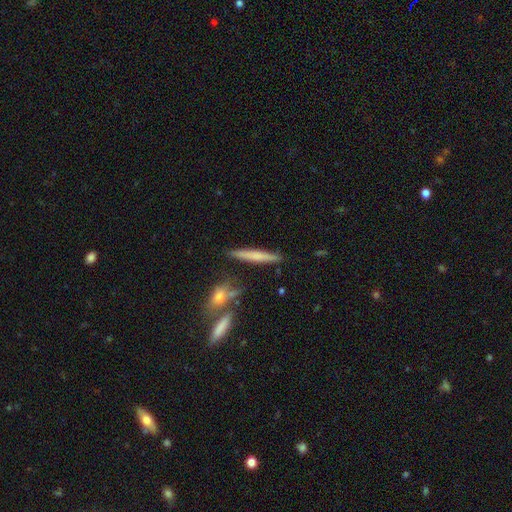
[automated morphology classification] Smooth or featured: smooth — 61% (featured or disk — 32%)
How rounded: cigar-shaped — 93% (in between — 5%)
Merging: none — 81% (minor disturbance — 10%)